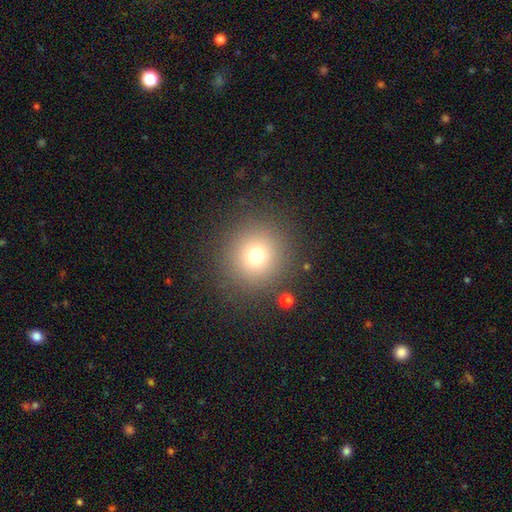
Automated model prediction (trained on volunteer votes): smooth-or-featured: smooth: 72% | star or artifact: 18% | featured or disk: 10%
  how-rounded: round: 95% | in between: 5% | cigar-shaped: 1%
  merging: none: 88% | minor disturbance: 6% | major disturbance: 4% | merger: 2%